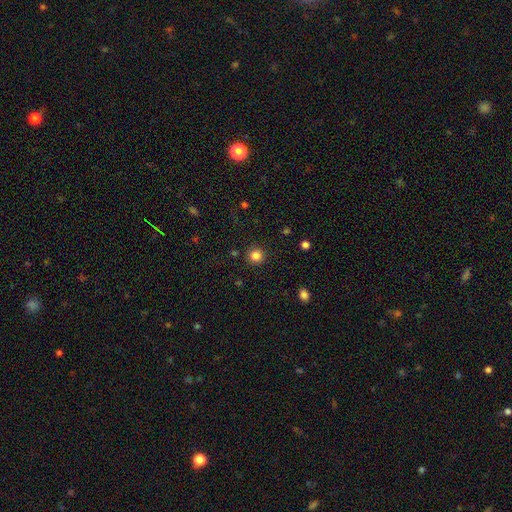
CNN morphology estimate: Overall: smooth (84%). How rounded: round (94%). Merging: none (90%).